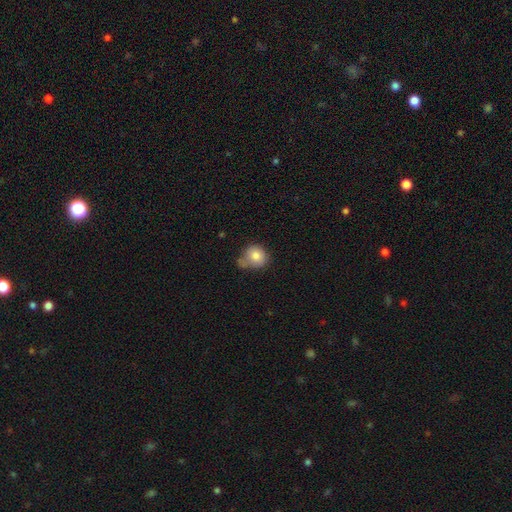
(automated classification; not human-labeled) This appears to be a smooth galaxy with no disk features (80%) that is round (72%). Merging: none (42%).